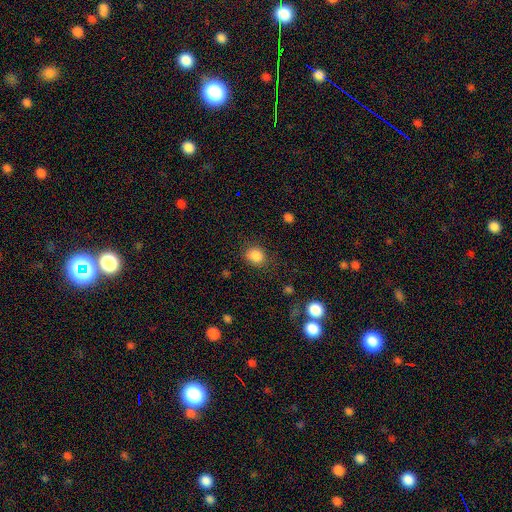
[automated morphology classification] Q: Smooth or featured?
A: smooth (86%); runner-up: star or artifact (10%)
Q: How rounded?
A: round (56%); runner-up: in between (43%)
Q: Merging?
A: none (81%); runner-up: minor disturbance (13%)